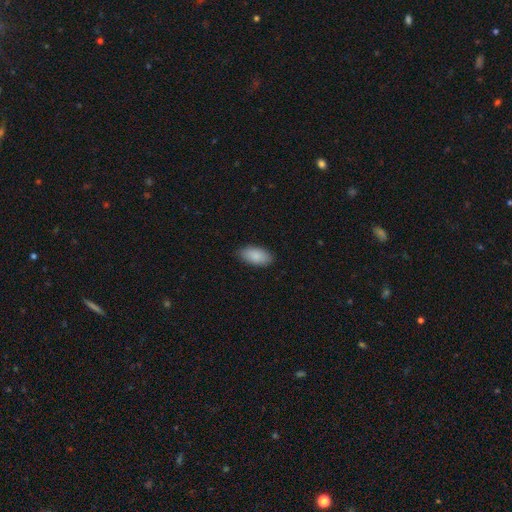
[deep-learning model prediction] smooth_or_featured: smooth (p=0.89) [alt: star or artifact p=0.06]
how_rounded: in between (p=0.94) [alt: cigar-shaped p=0.04]
merging: none (p=0.87) [alt: minor disturbance p=0.10]